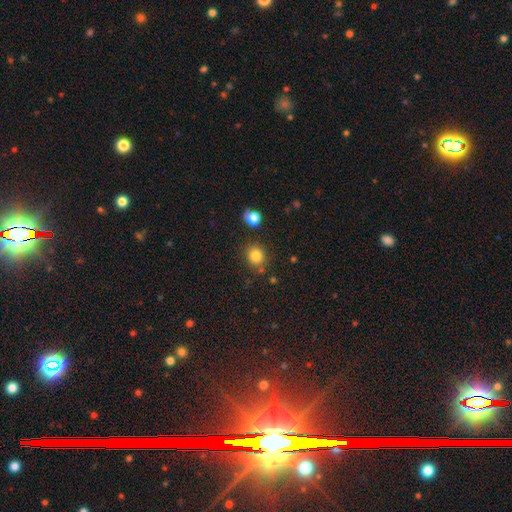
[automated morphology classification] type=smooth (82%); roundness=round (81%); merging=none (80%).